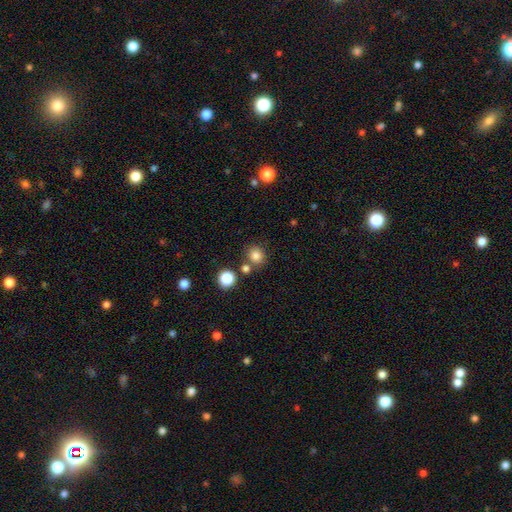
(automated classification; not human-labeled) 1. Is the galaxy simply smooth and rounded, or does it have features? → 82% smooth, 13% star or artifact, 5% featured or disk.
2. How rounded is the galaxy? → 83% round, 16% in between, 1% cigar-shaped.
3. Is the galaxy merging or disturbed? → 73% none, 14% merger, 10% minor disturbance, 3% major disturbance.